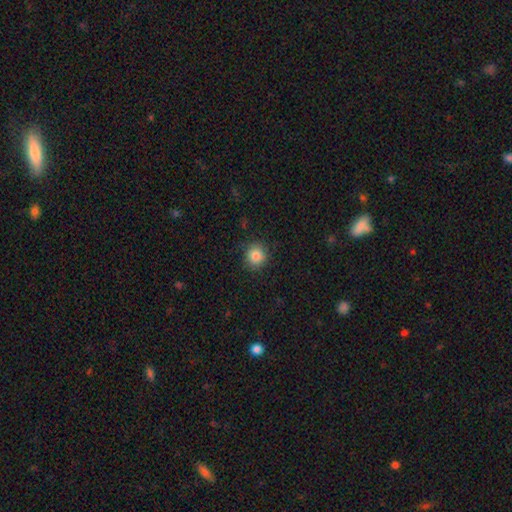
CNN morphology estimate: Smooth or featured?
  - smooth: 84% *
  - star or artifact: 10%
  - featured or disk: 6%
How rounded?
  - round: 91% *
  - in between: 8%
  - cigar-shaped: 1%
Merging?
  - none: 87% *
  - minor disturbance: 9%
  - major disturbance: 3%
  - merger: 1%